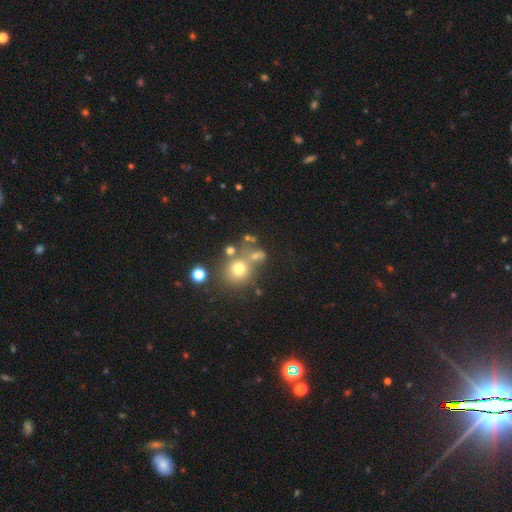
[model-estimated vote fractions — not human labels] A smooth galaxy with no disk features (64%) that is round (74%).

Vote fractions:
- Smooth or featured? smooth: 64% / star or artifact: 21% / featured or disk: 15%
- How rounded? round: 74% / in between: 25% / cigar-shaped: 2%
- Merging? none: 47% / merger: 31% / minor disturbance: 12% / major disturbance: 9%